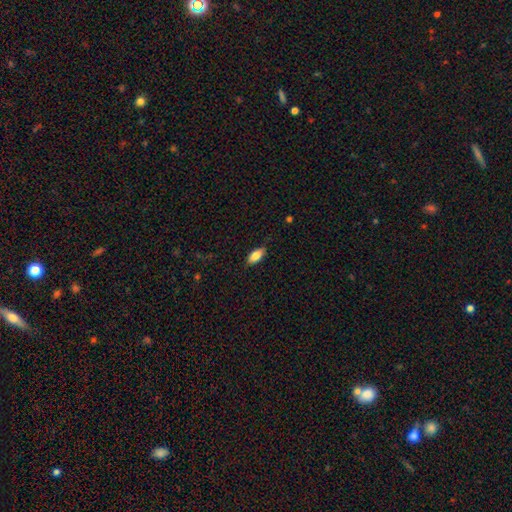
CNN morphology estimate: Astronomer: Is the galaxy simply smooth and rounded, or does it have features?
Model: smooth — 81%.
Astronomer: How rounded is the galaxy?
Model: in between — 87%.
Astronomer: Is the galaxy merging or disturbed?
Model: none — 84%.